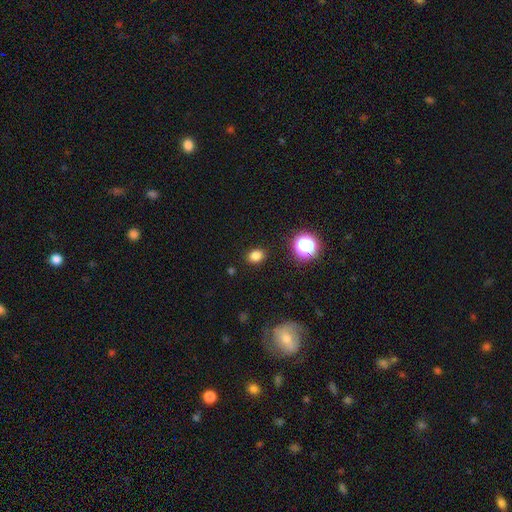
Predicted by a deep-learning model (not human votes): Smooth or featured: smooth — 80% (star or artifact — 15%)
How rounded: in between — 55% (round — 44%)
Merging: none — 89% (minor disturbance — 8%)